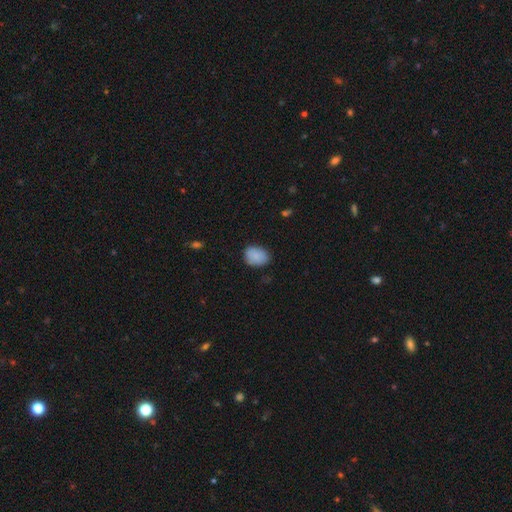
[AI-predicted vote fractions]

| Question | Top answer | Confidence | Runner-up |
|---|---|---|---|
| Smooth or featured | smooth | 87% | star or artifact (8%) |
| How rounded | in between | 70% | round (29%) |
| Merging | none | 76% | minor disturbance (19%) |